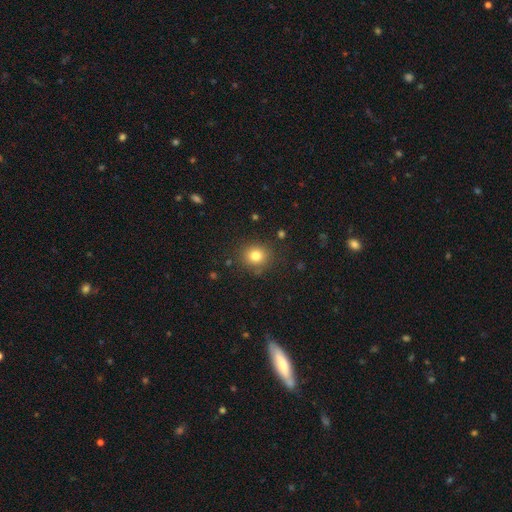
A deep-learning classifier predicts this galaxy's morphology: Overall: smooth (80%). How rounded: round (84%). Merging: none (85%).